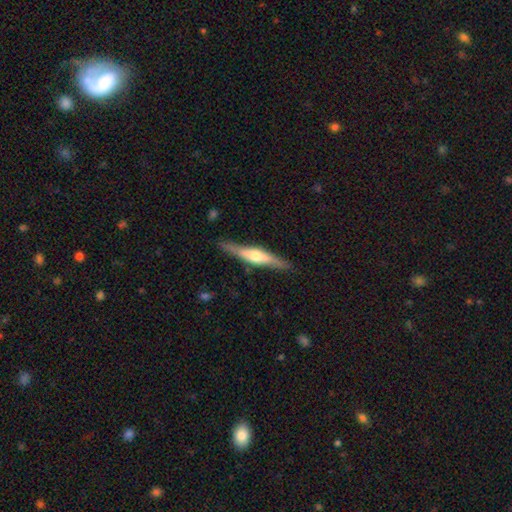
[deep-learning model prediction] smooth_or_featured: featured or disk (p=0.65) [alt: smooth p=0.29]
disk_edge_on: yes (p=0.95) [alt: no p=0.05]
edge_on_bulge: rounded (p=0.84) [alt: boxy p=0.11]
merging: none (p=0.86) [alt: minor disturbance p=0.10]